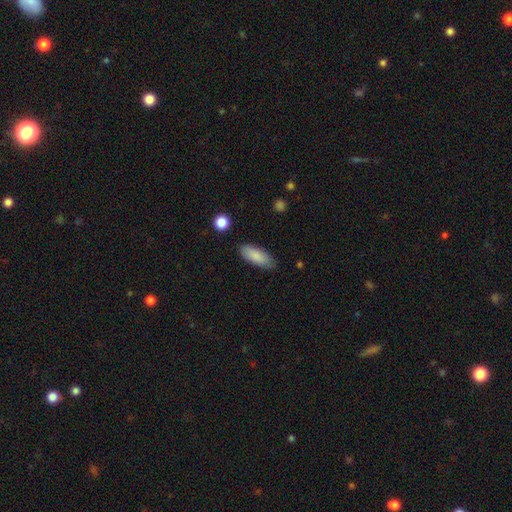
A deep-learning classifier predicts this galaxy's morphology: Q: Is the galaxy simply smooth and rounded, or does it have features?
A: smooth — 86%.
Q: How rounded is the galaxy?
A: in between — 75%.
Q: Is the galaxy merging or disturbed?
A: none — 84%.